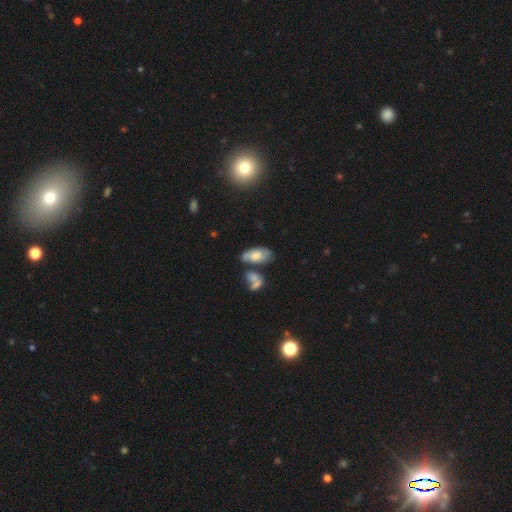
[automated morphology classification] Smooth or featured? Predicted: smooth (p=0.54). How rounded? Predicted: in between (p=0.91). Merging? Predicted: none (p=0.43).